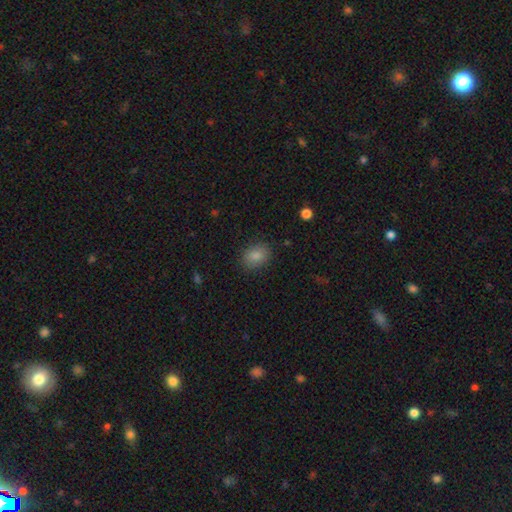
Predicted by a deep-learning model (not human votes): This appears to be a smooth galaxy with no disk features (86%) that is in between round and cigar-shaped (66%). Merging: none (84%).